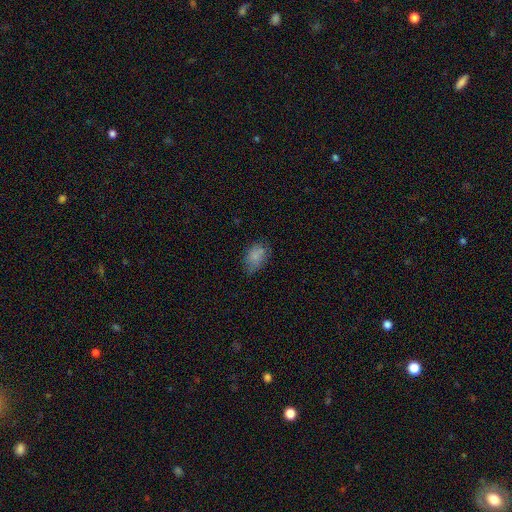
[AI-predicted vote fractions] smooth_or_featured: smooth (p=0.79) [alt: featured or disk p=0.11]
how_rounded: in between (p=0.85) [alt: round p=0.14]
merging: none (p=0.65) [alt: minor disturbance p=0.25]